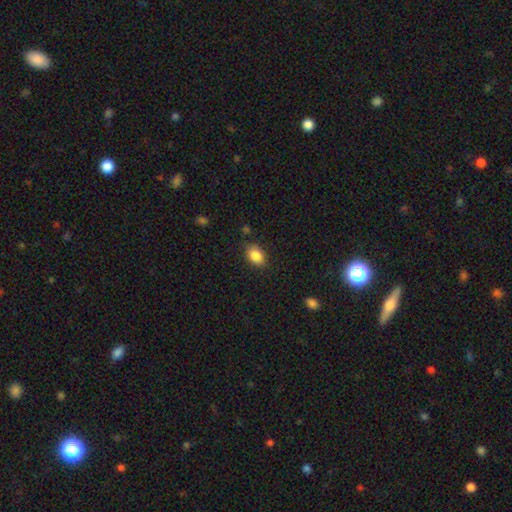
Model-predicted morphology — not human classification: smooth 86%, star or artifact 9%, featured or disk 5%. Down the decision tree: how rounded — in between (72%); merging — none (84%).